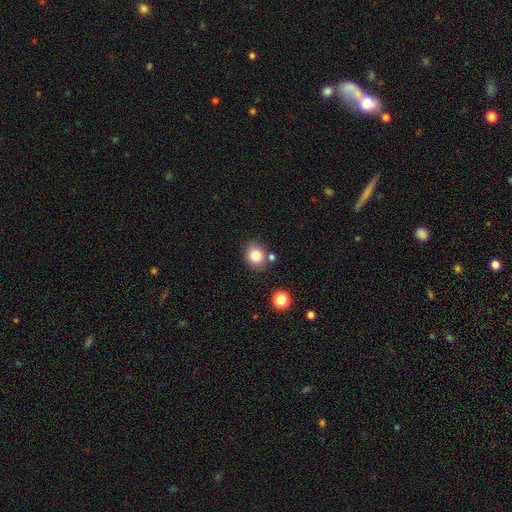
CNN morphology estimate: type=smooth (83%); roundness=round (72%); merging=none (73%).